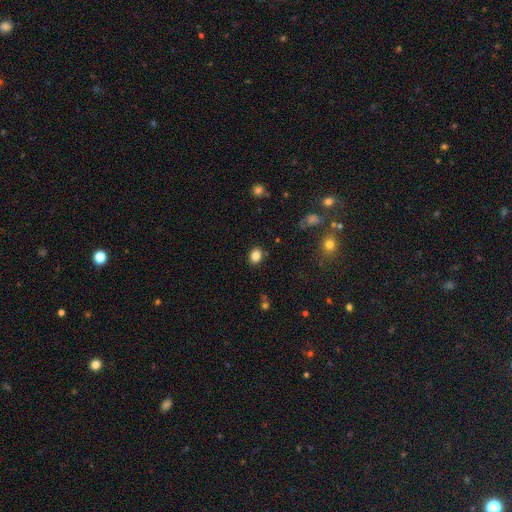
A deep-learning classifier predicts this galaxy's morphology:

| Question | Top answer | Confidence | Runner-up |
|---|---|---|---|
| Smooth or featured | smooth | 85% | star or artifact (10%) |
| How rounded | in between | 55% | round (44%) |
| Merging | none | 87% | minor disturbance (9%) |